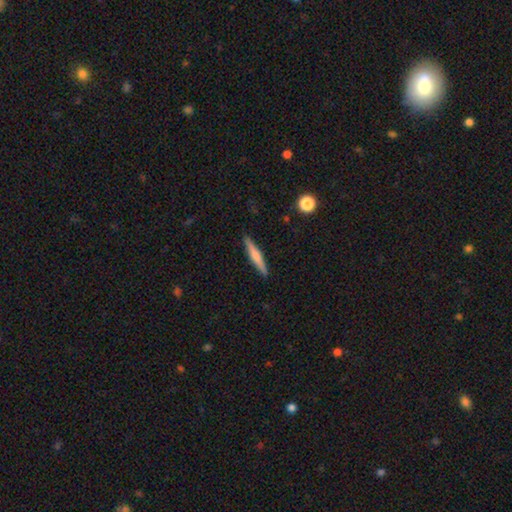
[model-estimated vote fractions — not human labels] Smooth or featured? smooth (53%)
How rounded? cigar-shaped (92%)
Merging? none (91%)